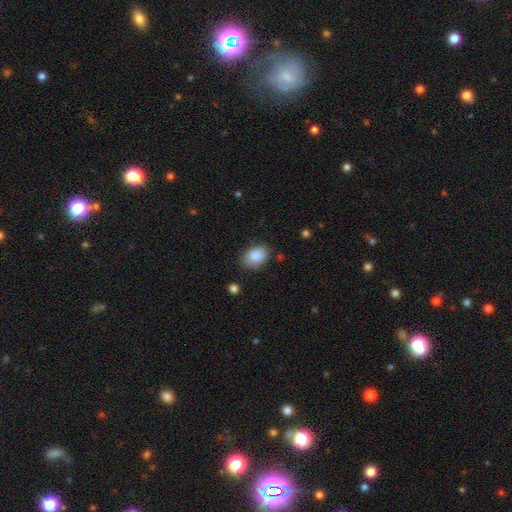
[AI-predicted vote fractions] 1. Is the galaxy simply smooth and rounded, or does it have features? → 87% smooth, 7% star or artifact, 5% featured or disk.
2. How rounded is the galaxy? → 81% in between, 18% round, 1% cigar-shaped.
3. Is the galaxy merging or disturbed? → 75% none, 19% minor disturbance, 4% major disturbance, 2% merger.